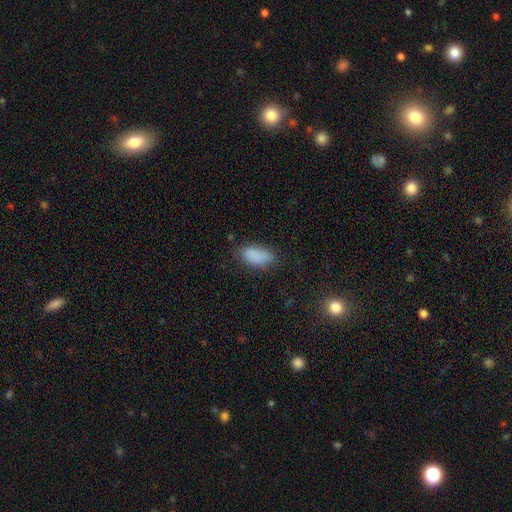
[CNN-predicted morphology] smooth 85%, star or artifact 9%, featured or disk 6%. Down the decision tree: how rounded — in between (91%); merging — none (68%).